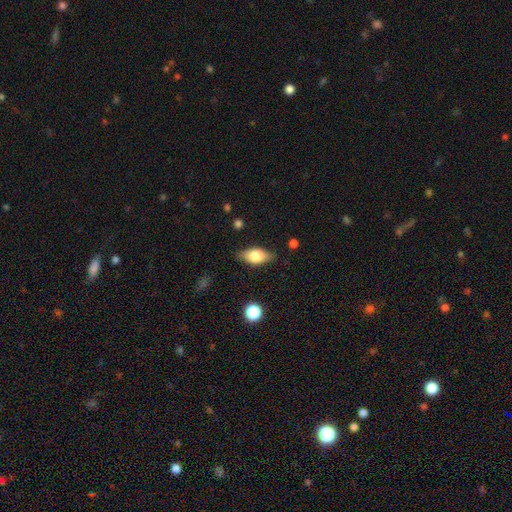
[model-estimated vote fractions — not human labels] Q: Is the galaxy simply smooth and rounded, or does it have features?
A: smooth — 69%.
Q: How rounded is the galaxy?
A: in between — 86%.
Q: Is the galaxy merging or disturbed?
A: none — 80%.